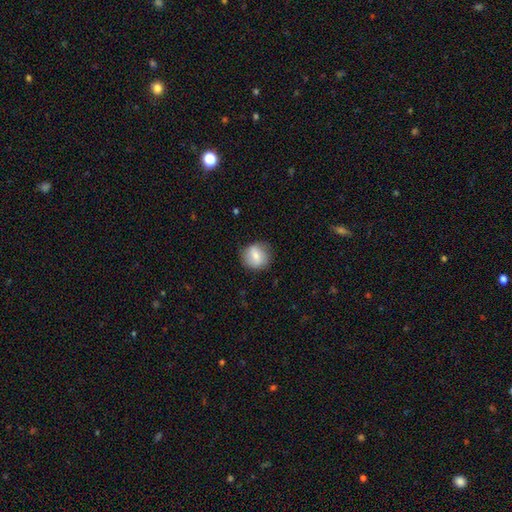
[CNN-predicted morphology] A smooth galaxy with no disk features (71%) that is round (85%). Merging: none (82%).